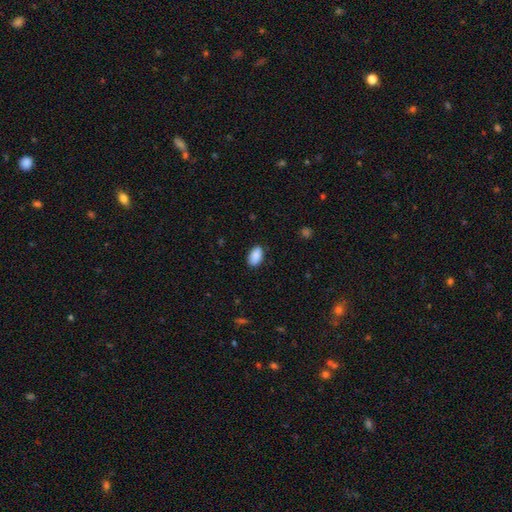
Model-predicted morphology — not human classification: This appears to be a smooth galaxy with no disk features (89%) that is in between round and cigar-shaped (93%). Merging: none (85%).